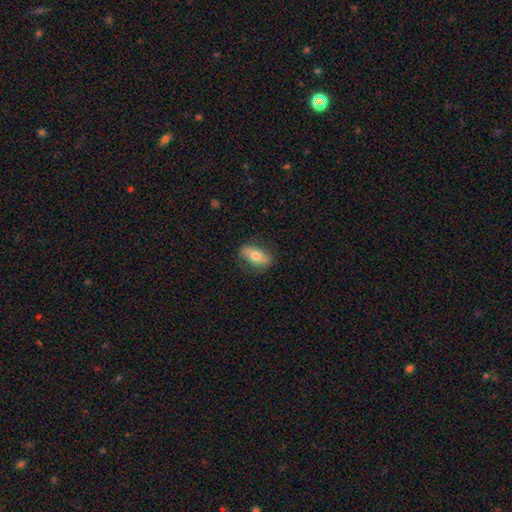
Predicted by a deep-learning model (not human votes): Overall: smooth (61%; featured or disk 32%). How rounded: in between (84%). Merging: none (80%).